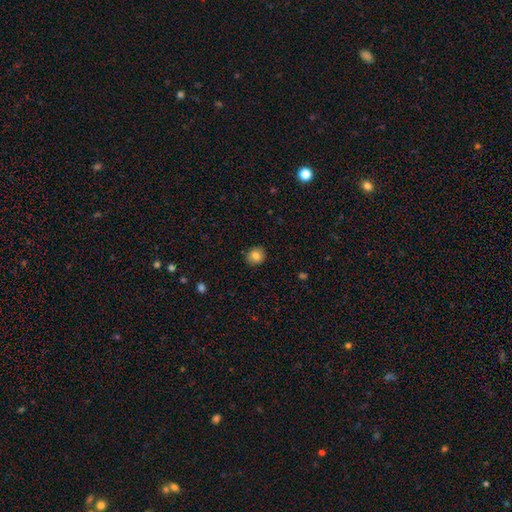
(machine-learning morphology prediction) Smooth or featured? Predicted: smooth (p=0.83). How rounded? Predicted: round (p=0.84). Merging? Predicted: none (p=0.90).